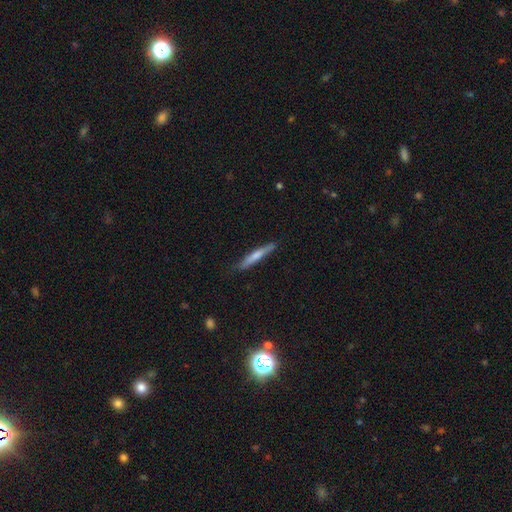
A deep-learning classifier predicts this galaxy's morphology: A smooth galaxy with no disk features (61%) that is cigar-shaped (94%).

Vote fractions:
- Smooth or featured? smooth: 61% / featured or disk: 34% / star or artifact: 5%
- How rounded? cigar-shaped: 94% / in between: 5% / round: 1%
- Merging? none: 82% / minor disturbance: 14% / major disturbance: 2% / merger: 1%